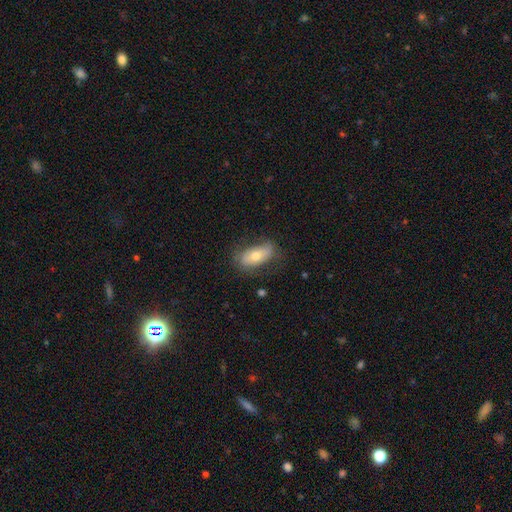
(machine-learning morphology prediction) This is likely a smooth galaxy (61%). How rounded: clearly in between (83%). Merging: likely none (70%).